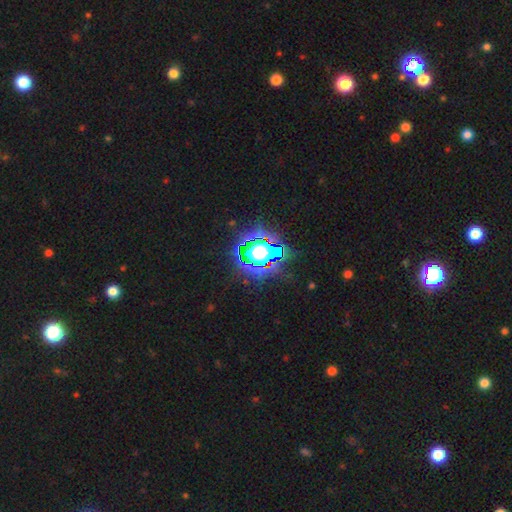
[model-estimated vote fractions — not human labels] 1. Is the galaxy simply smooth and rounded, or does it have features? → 61% star or artifact, 22% smooth, 17% featured or disk.